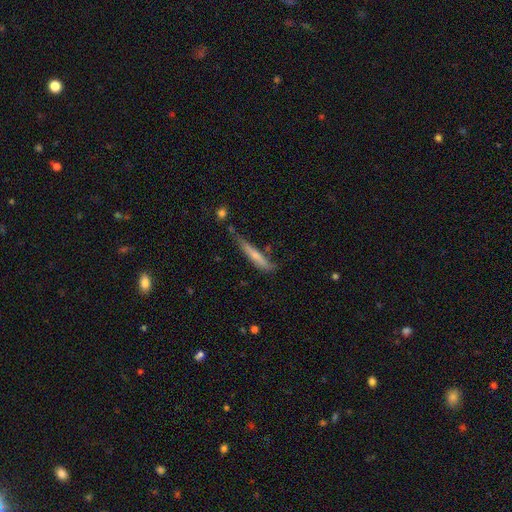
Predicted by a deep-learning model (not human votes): smooth 59%, featured or disk 34%, star or artifact 7%. Down the decision tree: how rounded — cigar-shaped (92%); merging — none (53%).